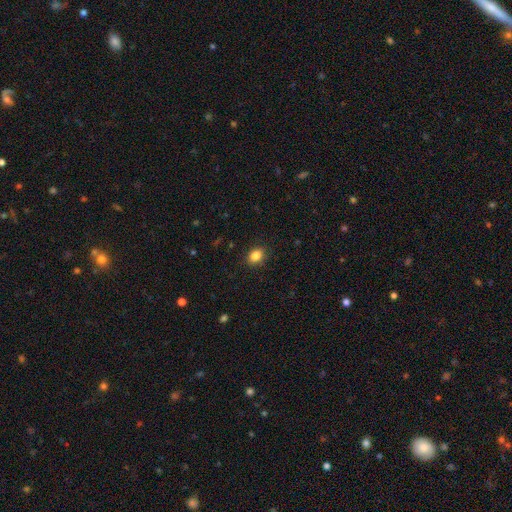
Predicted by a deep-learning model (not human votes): smooth_or_featured: smooth (p=0.85) [alt: star or artifact p=0.10]
how_rounded: in between (p=0.63) [alt: round p=0.36]
merging: none (p=0.88) [alt: minor disturbance p=0.09]